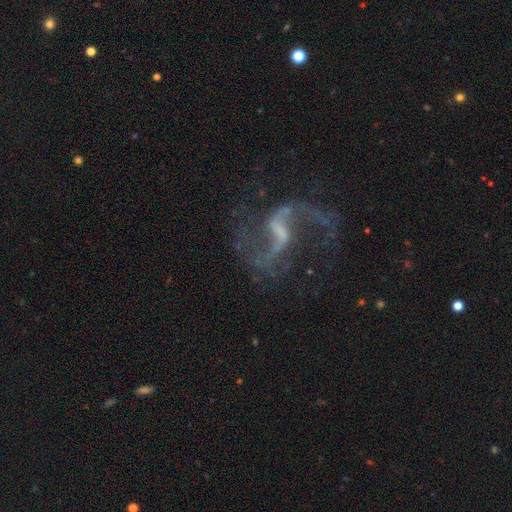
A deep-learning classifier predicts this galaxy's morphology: Smooth or featured? featured or disk (90%)
Edge-on disk? no (98%)
Bar? weak (53%)
Spiral arms? yes (97%)
Spiral winding? loose (69%)
Spiral arm count? 2 (93%)
Bulge size? small (49%)
Merging? none (74%)